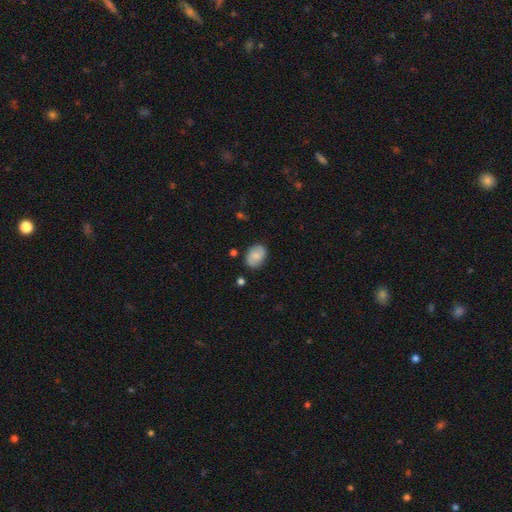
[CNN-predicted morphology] type=smooth (55%); roundness=in between (69%); merging=none (79%).